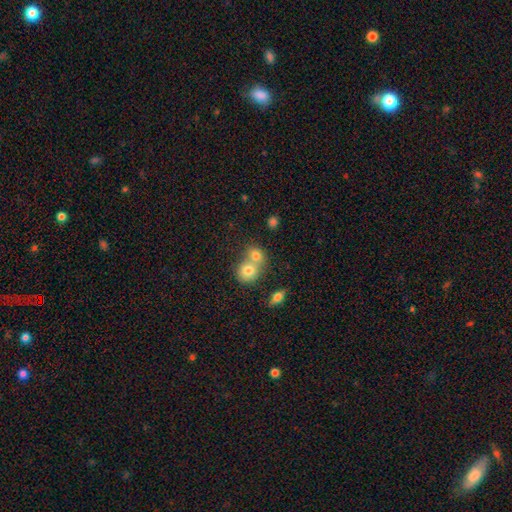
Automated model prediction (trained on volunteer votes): Smooth or featured? Predicted: smooth (p=0.76). How rounded? Predicted: round (p=0.64). Merging? Predicted: merger (p=0.60).